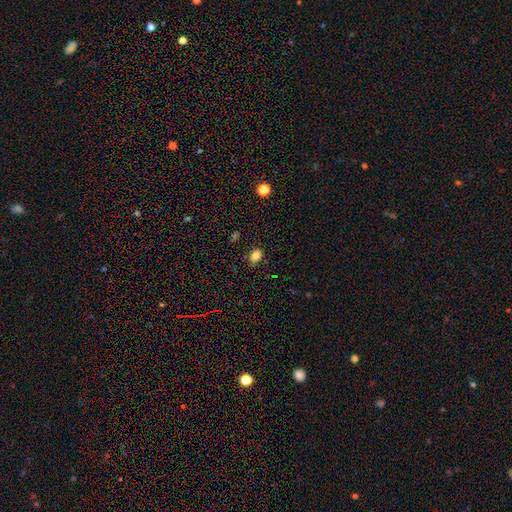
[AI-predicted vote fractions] The model was most divided on "how rounded": in between: 62%, round: 36%, cigar-shaped: 1%. More confident: smooth or featured — smooth (81%); merging — none (81%).